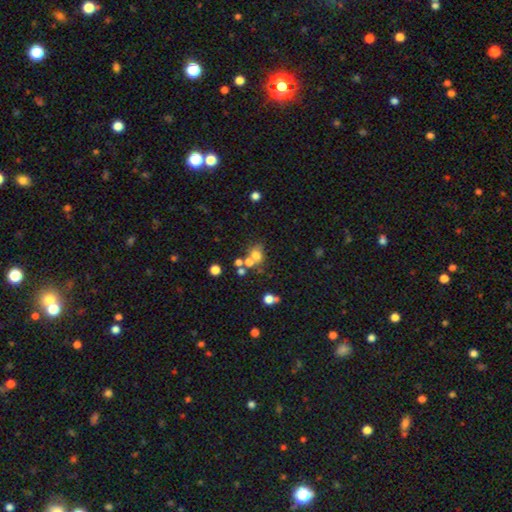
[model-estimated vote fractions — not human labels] This appears to be a smooth galaxy with no disk features (66%) that is round (64%). Merging: none (46%).